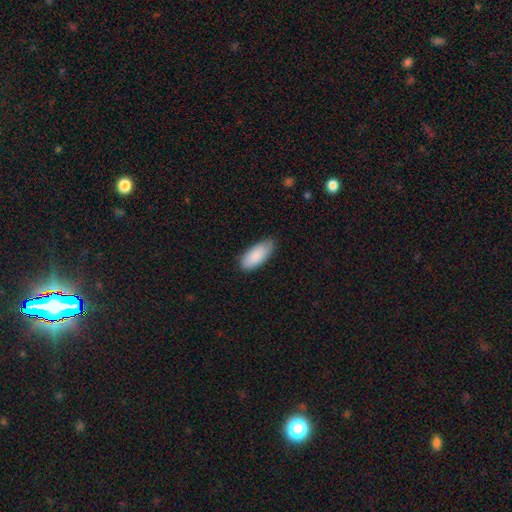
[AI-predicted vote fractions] This is clearly a smooth galaxy (88%). How rounded: clearly in between (89%). Merging: likely none (76%).